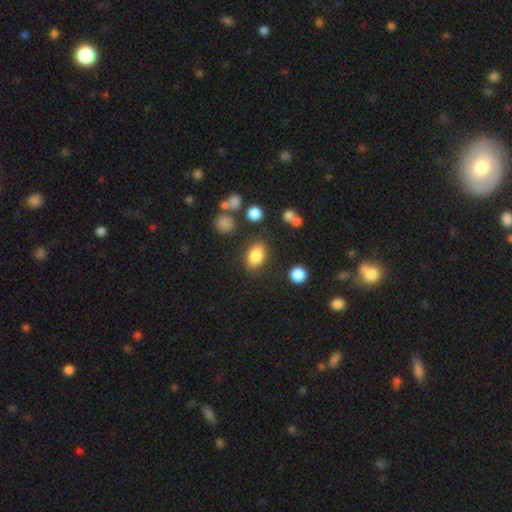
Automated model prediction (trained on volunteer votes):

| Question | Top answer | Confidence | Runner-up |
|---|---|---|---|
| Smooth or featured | smooth | 83% | star or artifact (9%) |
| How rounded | in between | 83% | round (15%) |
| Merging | none | 80% | minor disturbance (12%) |